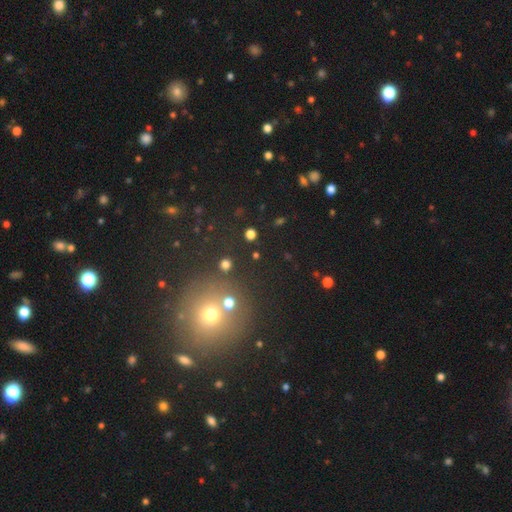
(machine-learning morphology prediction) Smooth or featured? smooth (48%)
Merging? none (77%)